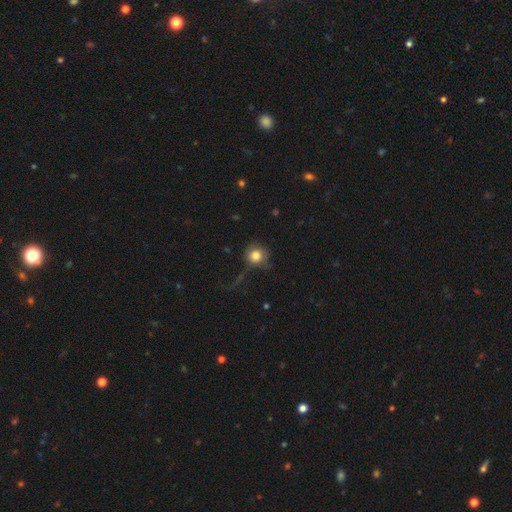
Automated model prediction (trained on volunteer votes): smooth_or_featured: smooth (p=0.80) [alt: star or artifact p=0.11]
how_rounded: round (p=0.91) [alt: in between p=0.08]
merging: none (p=0.63) [alt: minor disturbance p=0.19]